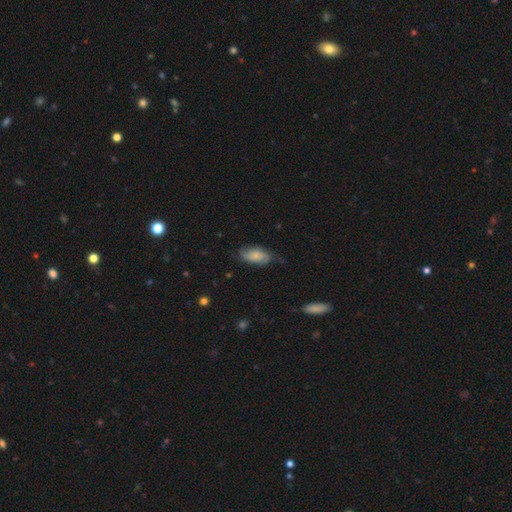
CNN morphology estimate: smooth_or_featured: smooth (p=0.58) [alt: featured or disk p=0.34]
how_rounded: in between (p=0.90) [alt: cigar-shaped p=0.06]
merging: none (p=0.61) [alt: minor disturbance p=0.28]